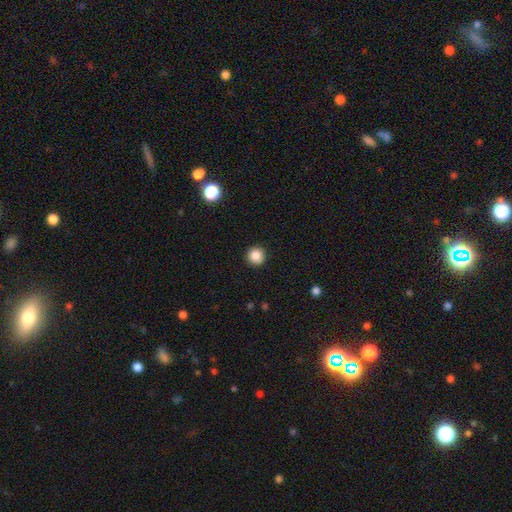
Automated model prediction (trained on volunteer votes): This appears to be a smooth galaxy with no disk features (86%) that is round (94%). Merging: none (92%).